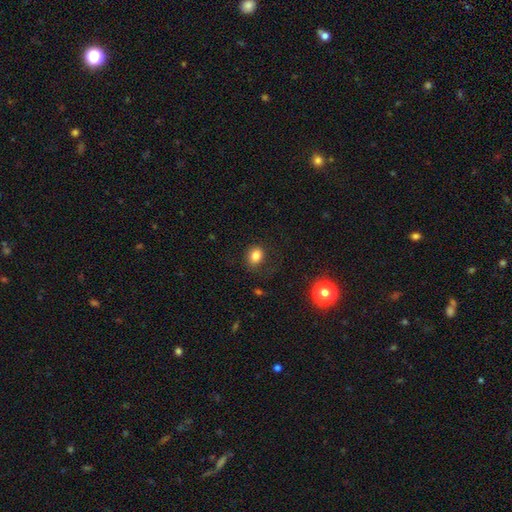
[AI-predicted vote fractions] The model was most divided on "how rounded": round: 51%, in between: 48%, cigar-shaped: 1%. More confident: smooth or featured — smooth (82%); merging — none (77%).